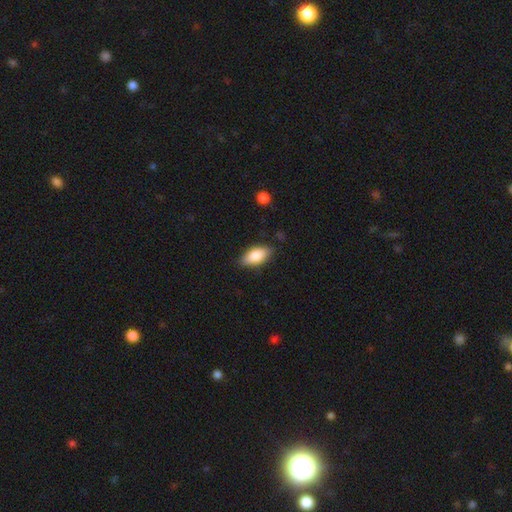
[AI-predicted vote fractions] Smooth or featured?
  - smooth: 81% *
  - featured or disk: 12%
  - star or artifact: 6%
How rounded?
  - in between: 87% *
  - cigar-shaped: 10%
  - round: 3%
Merging?
  - none: 82% *
  - minor disturbance: 14%
  - major disturbance: 3%
  - merger: 1%